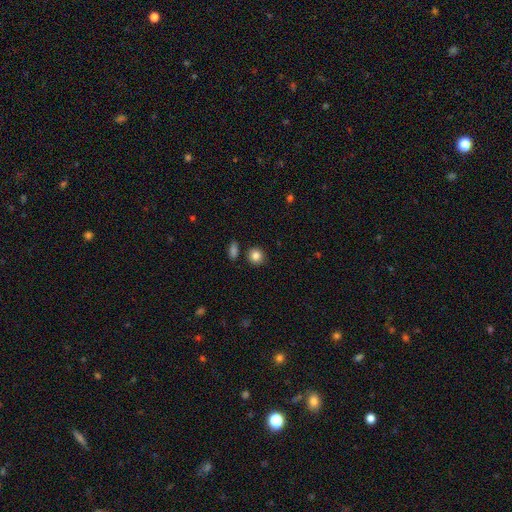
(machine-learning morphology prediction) This appears to be a smooth galaxy with no disk features (85%) that is round (85%). Merging: none (84%).